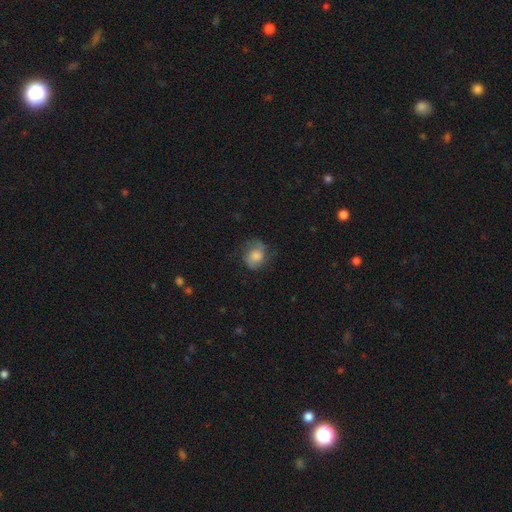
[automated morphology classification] Smooth or featured: smooth — 59% (featured or disk — 32%)
How rounded: round — 64% (in between — 35%)
Merging: none — 63% (minor disturbance — 24%)